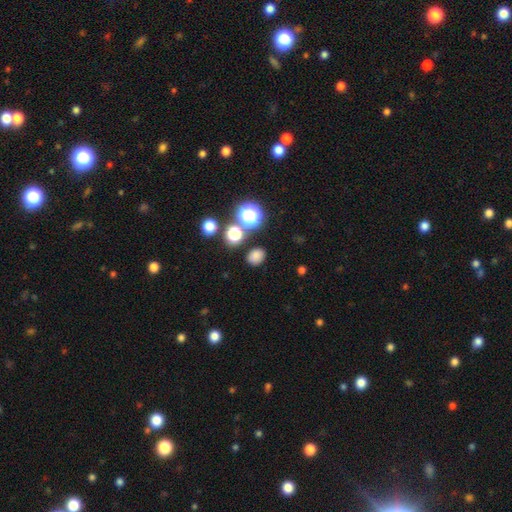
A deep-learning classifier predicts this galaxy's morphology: Smooth or featured? Predicted: smooth (p=0.76). How rounded? Predicted: in between (p=0.54). Merging? Predicted: none (p=0.81).